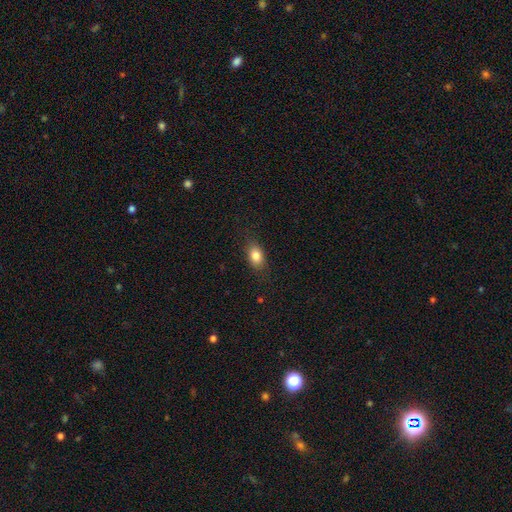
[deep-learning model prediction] smooth 83%, star or artifact 9%, featured or disk 8%. Down the decision tree: how rounded — in between (81%); merging — none (83%).